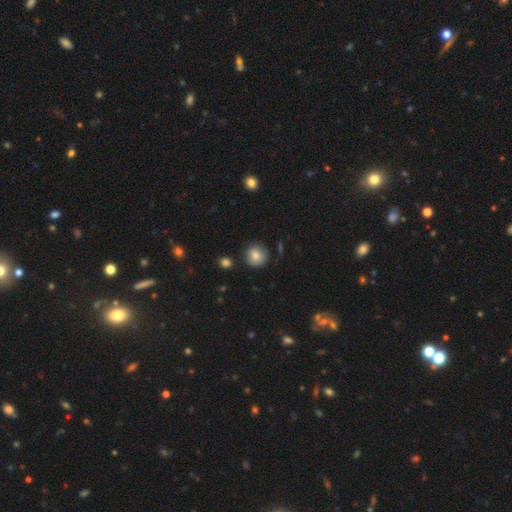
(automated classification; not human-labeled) Overall: smooth (81%). How rounded: round (90%). Merging: none (83%).